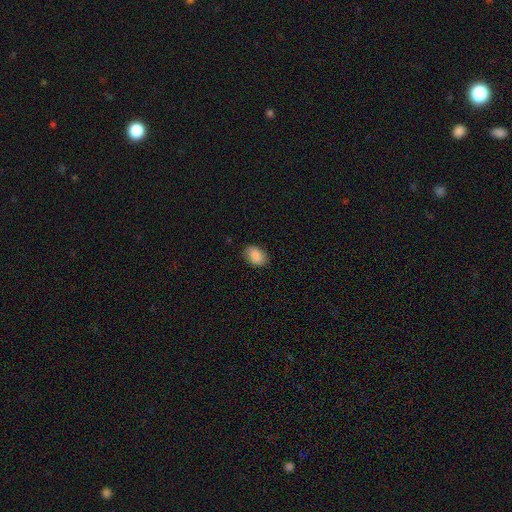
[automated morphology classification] type=smooth (88%); roundness=in between (83%); merging=none (83%).